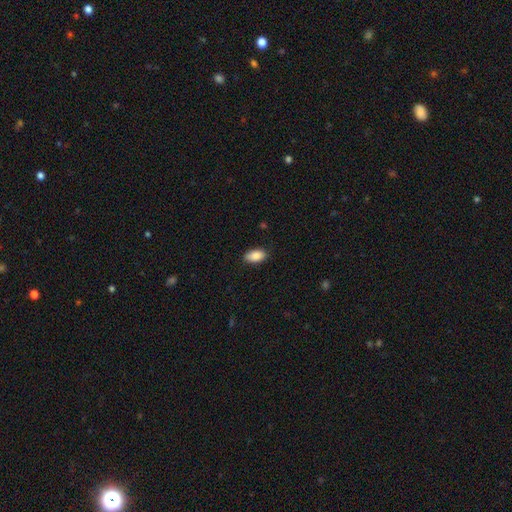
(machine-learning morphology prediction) A smooth galaxy with no disk features (88%) that is in between round and cigar-shaped (94%). Merging: none (86%).